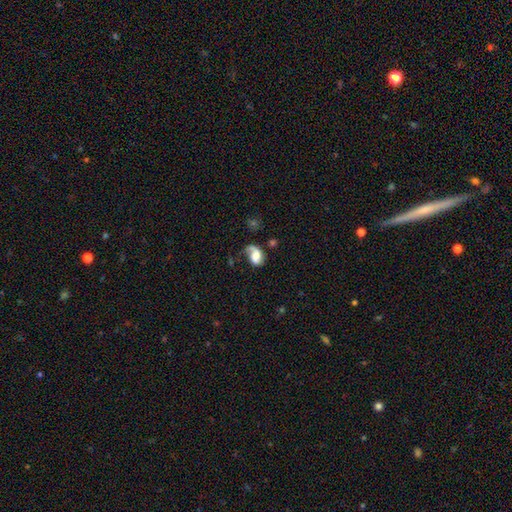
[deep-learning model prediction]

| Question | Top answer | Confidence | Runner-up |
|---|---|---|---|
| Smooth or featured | featured or disk | 57% | smooth (34%) |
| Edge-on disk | no | 97% | yes (3%) |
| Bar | no | 61% | weak (30%) |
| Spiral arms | yes | 88% | no (12%) |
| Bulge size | large | 35% | moderate (22%) |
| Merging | none | 38% | major disturbance (33%) |